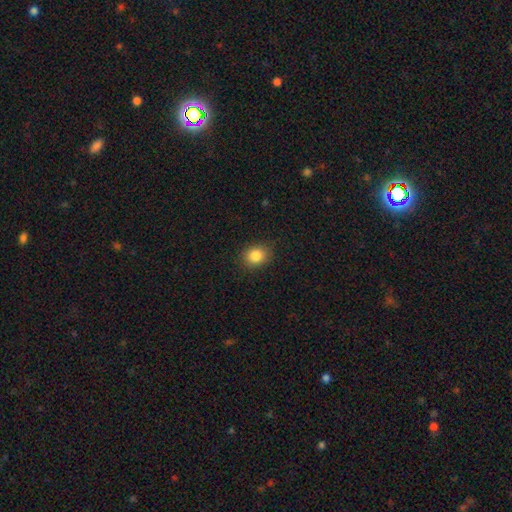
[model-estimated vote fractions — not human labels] smooth 85%, star or artifact 10%, featured or disk 5%. Down the decision tree: how rounded — round (60%); merging — none (86%).